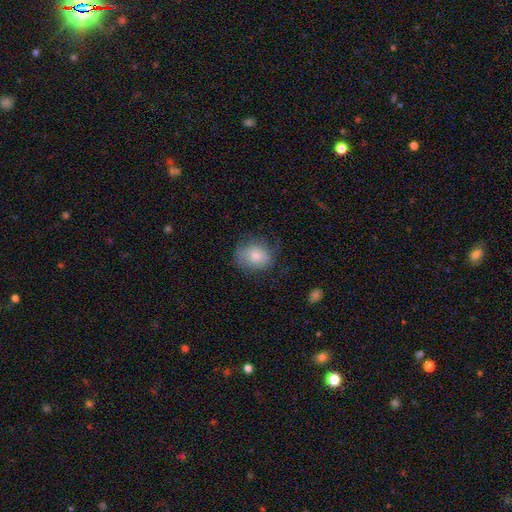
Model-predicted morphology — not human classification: This is likely a smooth galaxy (76%). How rounded: likely round (70%). Merging: likely none (63%).